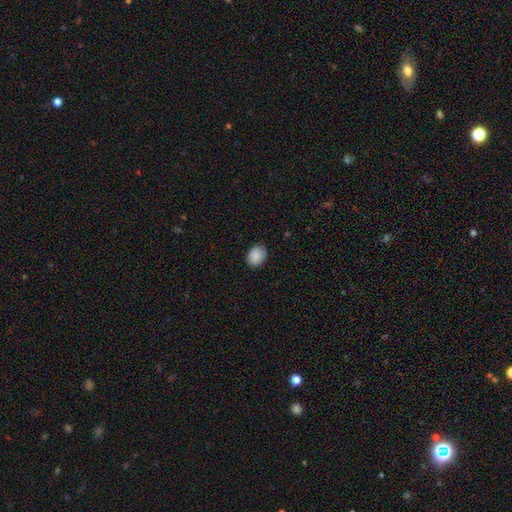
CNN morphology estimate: Overall: smooth (88%). How rounded: in between (57%; round 42%). Merging: none (82%).